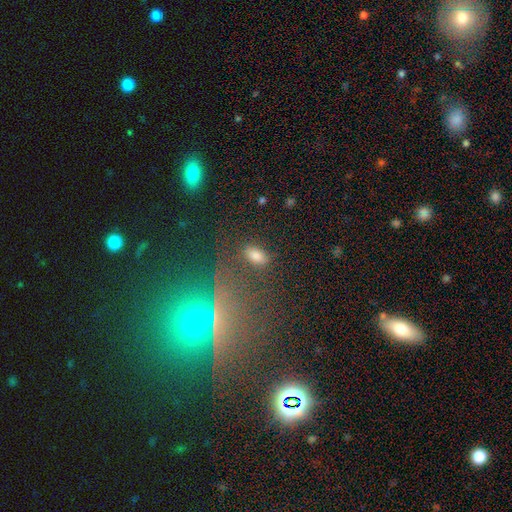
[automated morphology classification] smooth 75%, star or artifact 17%, featured or disk 9%. Down the decision tree: how rounded — in between (89%); merging — none (80%).